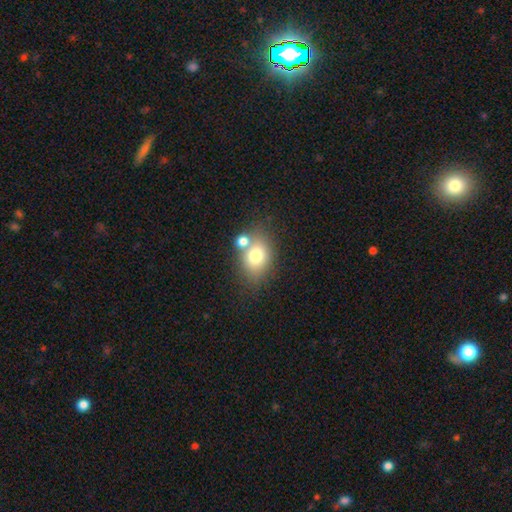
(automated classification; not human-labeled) Smooth or featured: smooth — 73% (featured or disk — 16%)
How rounded: in between — 62% (round — 37%)
Merging: none — 55% (merger — 29%)